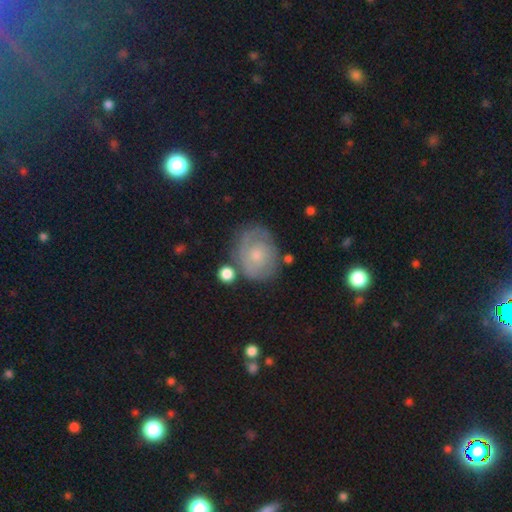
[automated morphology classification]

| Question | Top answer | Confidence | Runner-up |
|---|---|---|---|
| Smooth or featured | featured or disk | 54% | smooth (37%) |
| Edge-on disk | no | 97% | yes (3%) |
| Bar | no | 78% | weak (20%) |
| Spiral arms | yes | 76% | no (24%) |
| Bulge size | small | 57% | moderate (32%) |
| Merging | none | 66% | minor disturbance (21%) |